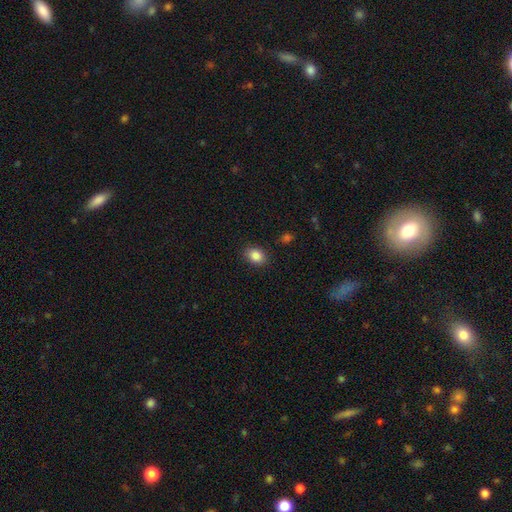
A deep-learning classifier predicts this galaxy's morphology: A smooth galaxy with no disk features (86%) that is in between round and cigar-shaped (67%). Merging: none (87%).